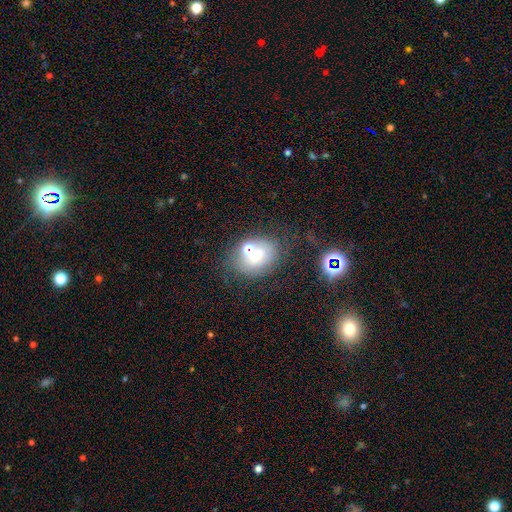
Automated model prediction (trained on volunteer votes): Smooth or featured? smooth (53%)
How rounded? round (52%)
Merging? none (55%)